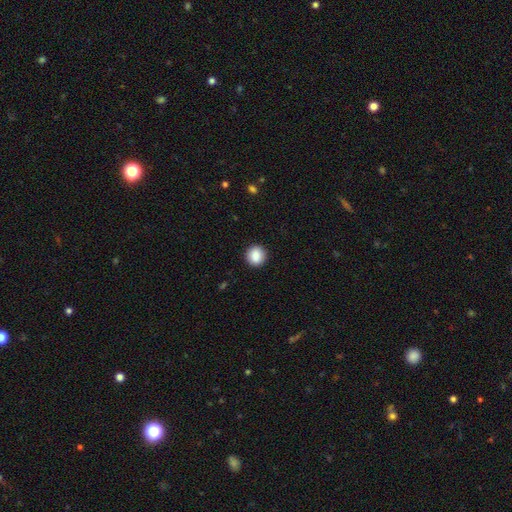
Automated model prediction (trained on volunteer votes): Overall: smooth (87%). How rounded: round (90%). Merging: none (92%).